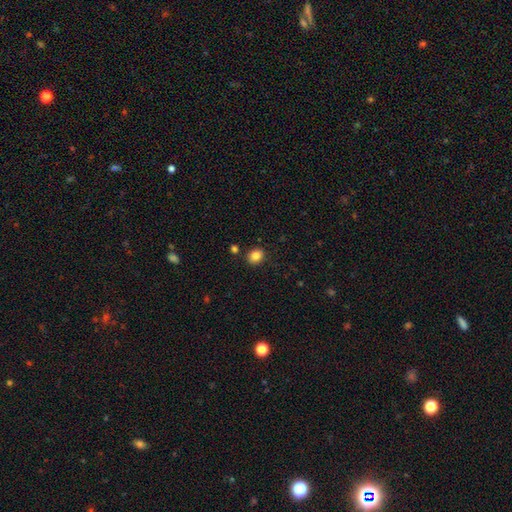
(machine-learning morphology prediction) Overall: smooth (84%). How rounded: round (65%; in between 35%). Merging: none (87%).